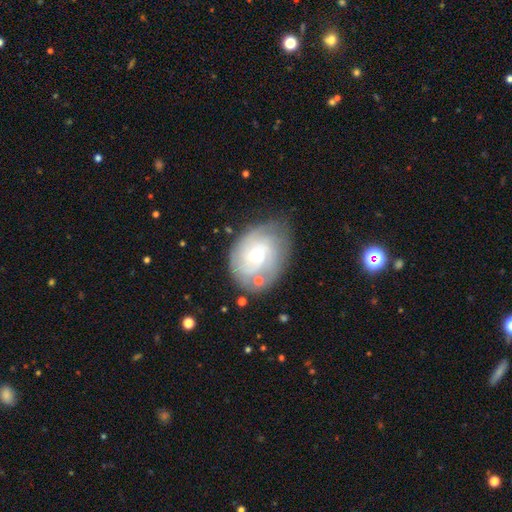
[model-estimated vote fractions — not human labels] Q: Smooth or featured?
A: featured or disk (73%); runner-up: smooth (20%)
Q: Edge-on disk?
A: no (96%); runner-up: yes (4%)
Q: Bar?
A: no (74%); runner-up: weak (23%)
Q: Spiral arms?
A: yes (88%); runner-up: no (12%)
Q: Spiral winding?
A: tight (69%); runner-up: medium (24%)
Q: Spiral arm count?
A: can't tell (43%); runner-up: 3 (19%)
Q: Bulge size?
A: moderate (58%); runner-up: small (37%)
Q: Merging?
A: none (70%); runner-up: minor disturbance (19%)